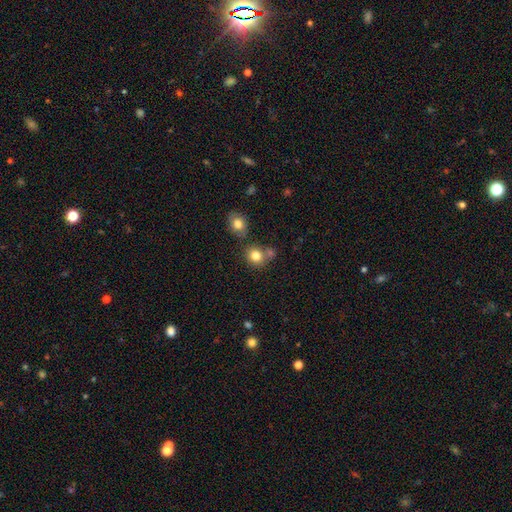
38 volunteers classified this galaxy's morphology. Volunteers were most divided on "merging": none: 56%, merger: 25%, major disturbance: 14%, minor disturbance: 6%. More confident: smooth or featured — smooth (89%); how rounded — round (82%).